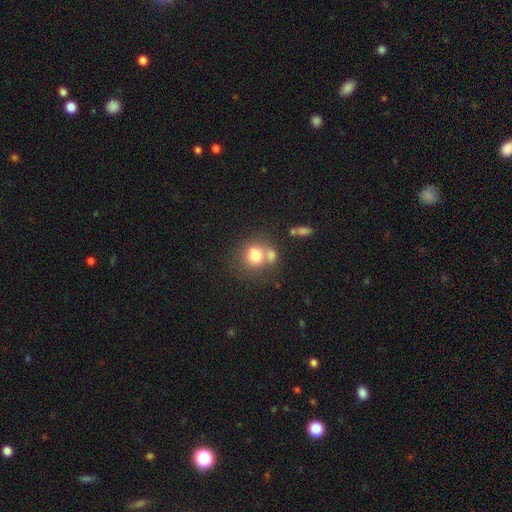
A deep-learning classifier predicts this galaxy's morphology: smooth 74%, featured or disk 15%, star or artifact 11%. Down the decision tree: how rounded — round (75%); merging — merger (41%, tied with none).